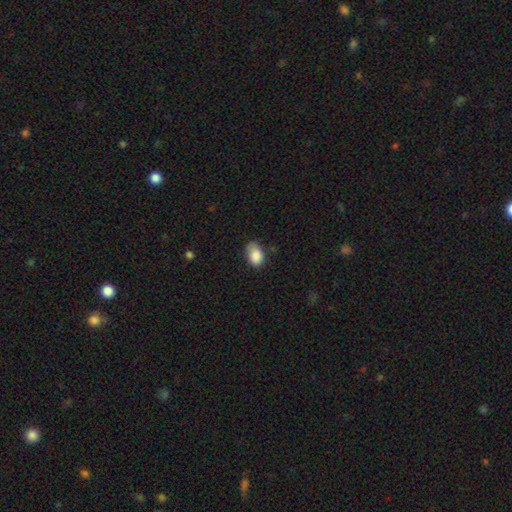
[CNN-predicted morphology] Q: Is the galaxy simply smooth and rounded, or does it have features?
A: smooth — 86%.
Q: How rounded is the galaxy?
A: in between — 81%.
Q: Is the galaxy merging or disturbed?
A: none — 52%.